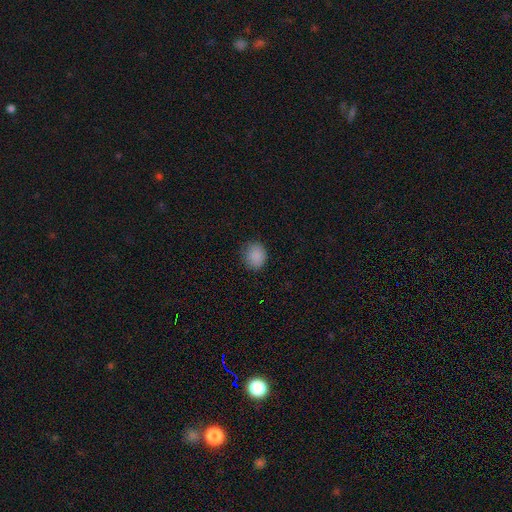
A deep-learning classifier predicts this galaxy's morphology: Smooth or featured? Predicted: smooth (p=0.87). How rounded? Predicted: round (p=0.69). Merging? Predicted: none (p=0.82).